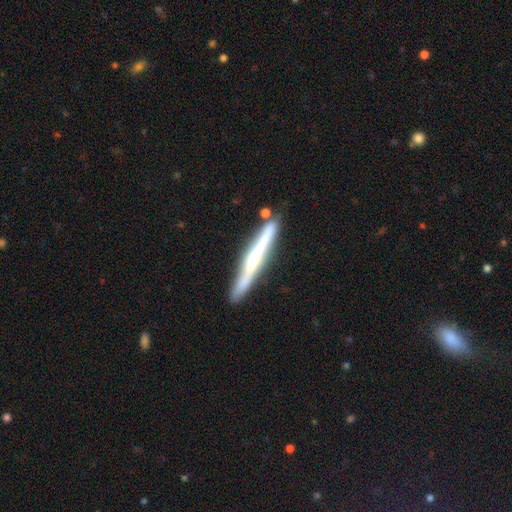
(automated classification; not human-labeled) smooth-or-featured: featured or disk: 67% | smooth: 28% | star or artifact: 6%
  disk-edge-on: yes: 95% | no: 5%
    edge-on-bulge: rounded: 55% | none: 33% | boxy: 12%
  merging: none: 83% | minor disturbance: 11% | merger: 4% | major disturbance: 2%